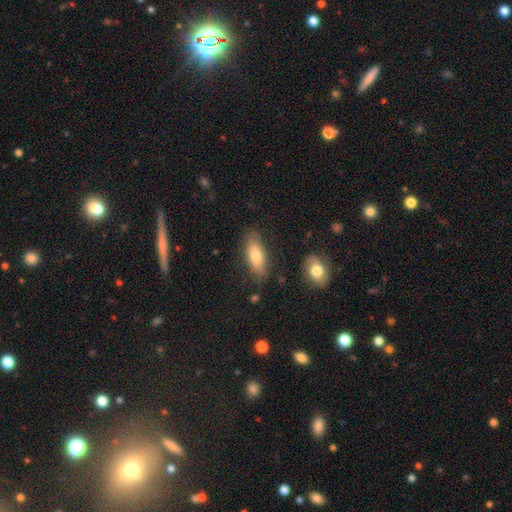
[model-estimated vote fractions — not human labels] Morphology: type=smooth (75%); roundness=in between (71%); merging=none (81%).